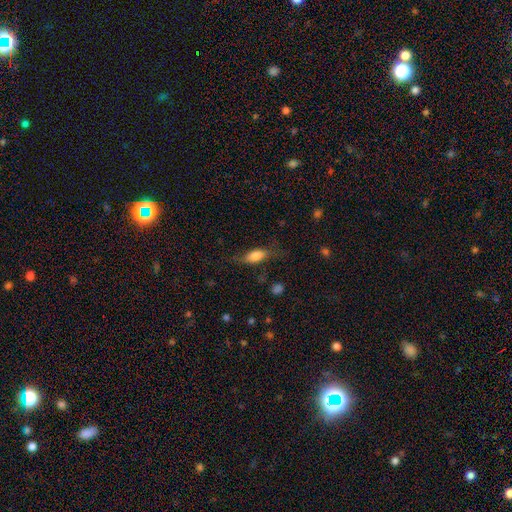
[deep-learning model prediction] Smooth or featured?
  - smooth: 68% *
  - featured or disk: 24%
  - star or artifact: 8%
How rounded?
  - in between: 75% *
  - cigar-shaped: 20%
  - round: 4%
Merging?
  - none: 59% *
  - minor disturbance: 25%
  - major disturbance: 15%
  - merger: 2%